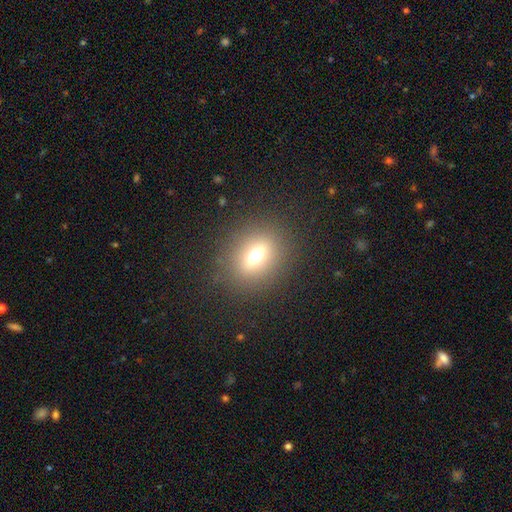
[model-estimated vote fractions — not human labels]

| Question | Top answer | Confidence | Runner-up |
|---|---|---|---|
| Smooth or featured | smooth | 63% | star or artifact (19%) |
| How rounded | in between | 49% | round (48%) |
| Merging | none | 83% | minor disturbance (9%) |